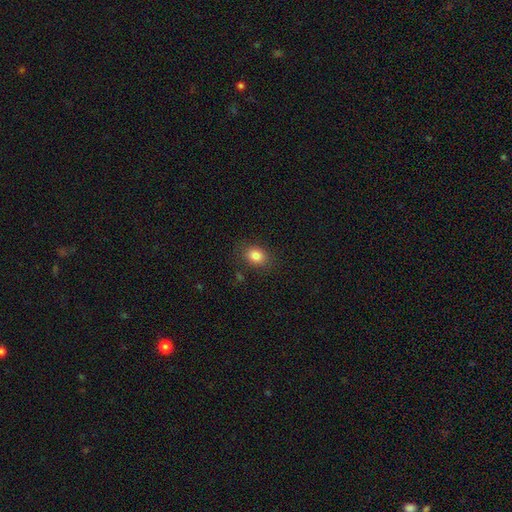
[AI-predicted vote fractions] Smooth or featured?
  - smooth: 83% *
  - star or artifact: 10%
  - featured or disk: 7%
How rounded?
  - in between: 64% *
  - round: 35%
  - cigar-shaped: 1%
Merging?
  - none: 84% *
  - minor disturbance: 11%
  - major disturbance: 4%
  - merger: 2%